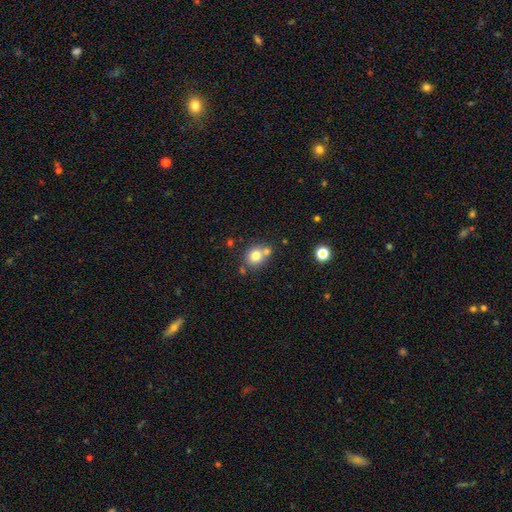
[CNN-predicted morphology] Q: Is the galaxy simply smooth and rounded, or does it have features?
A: smooth — 77%.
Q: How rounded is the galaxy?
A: round — 73%.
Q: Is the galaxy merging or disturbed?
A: none — 56%.